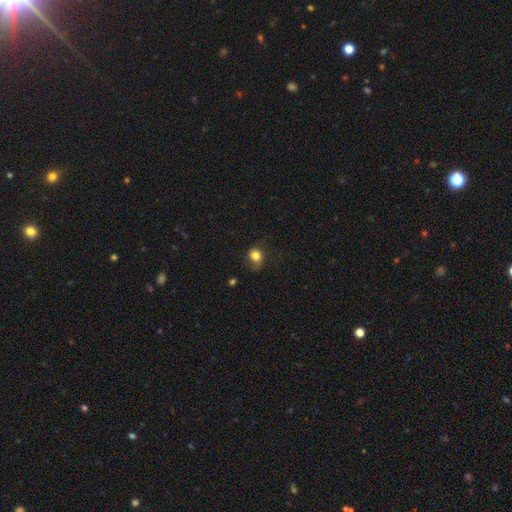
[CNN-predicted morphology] Overall: smooth (80%). How rounded: round (59%; in between 40%). Merging: none (59%; minor disturbance 27%).